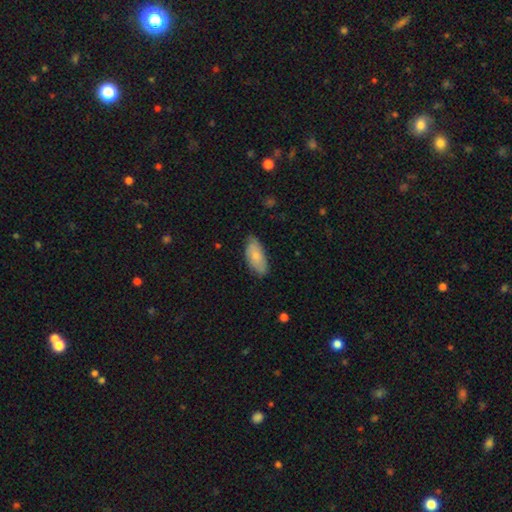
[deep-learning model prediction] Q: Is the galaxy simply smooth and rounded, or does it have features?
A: smooth — 73%.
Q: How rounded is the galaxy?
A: in between — 89%.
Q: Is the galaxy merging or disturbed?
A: none — 72%.